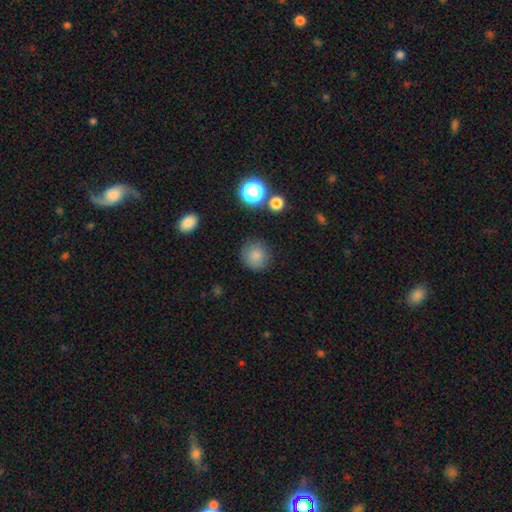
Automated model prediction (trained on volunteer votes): smooth_or_featured: smooth (p=0.83) [alt: star or artifact p=0.11]
how_rounded: round (p=0.90) [alt: in between p=0.09]
merging: none (p=0.86) [alt: minor disturbance p=0.09]